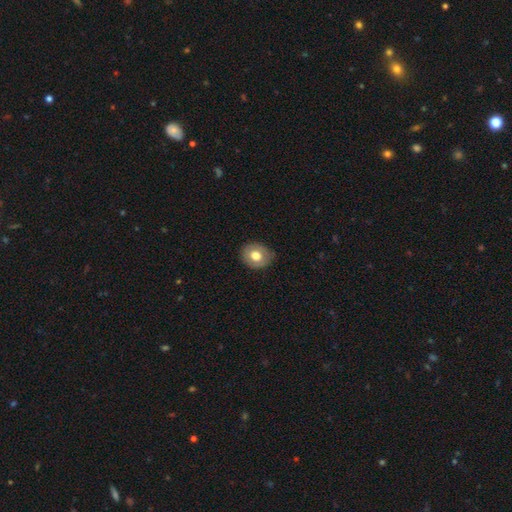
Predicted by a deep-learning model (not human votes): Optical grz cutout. It shows a smooth galaxy with no disk features (68%) that is round (67%). Merging: none (82%).